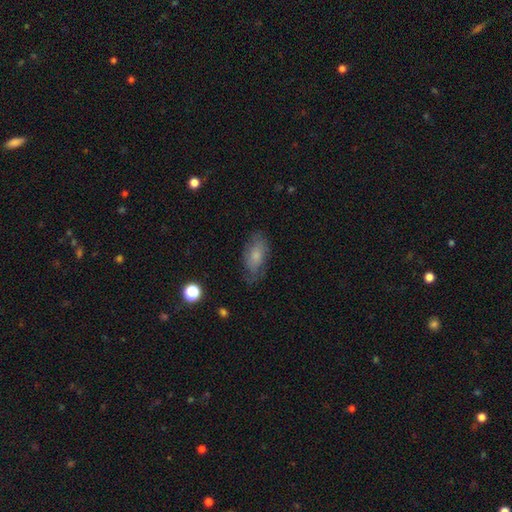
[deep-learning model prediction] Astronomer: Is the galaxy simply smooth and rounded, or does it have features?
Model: smooth — 67%.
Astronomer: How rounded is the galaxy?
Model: in between — 88%.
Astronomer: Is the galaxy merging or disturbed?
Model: none — 65%.